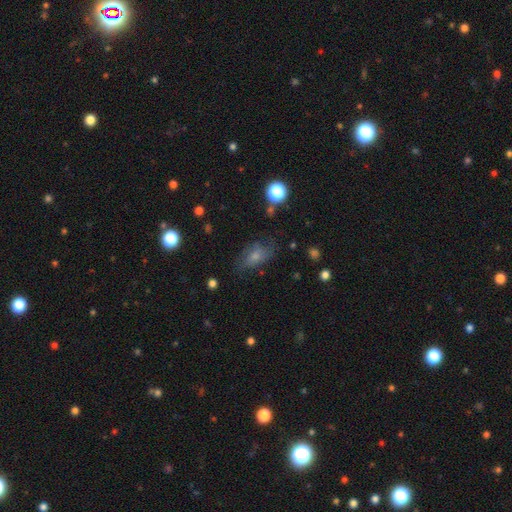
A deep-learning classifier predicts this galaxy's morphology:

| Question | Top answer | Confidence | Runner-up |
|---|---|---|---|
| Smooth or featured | smooth | 58% | featured or disk (28%) |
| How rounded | in between | 84% | round (11%) |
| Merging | none | 57% | minor disturbance (26%) |